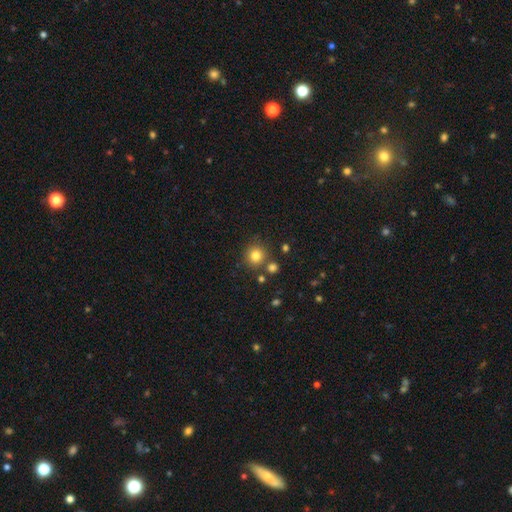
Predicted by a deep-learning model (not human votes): Smooth or featured? Predicted: smooth (p=0.81). How rounded? Predicted: round (p=0.92). Merging? Predicted: none (p=0.79).